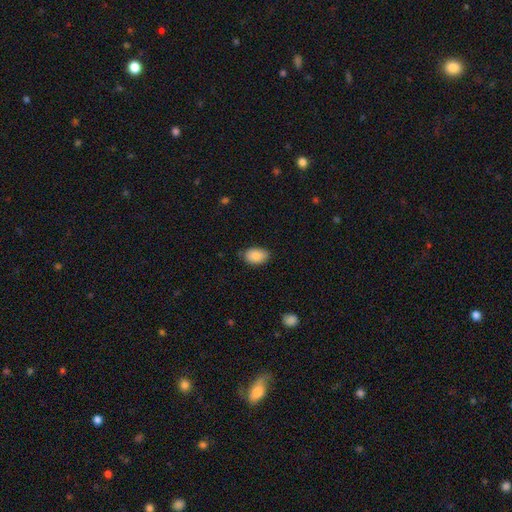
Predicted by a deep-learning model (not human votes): The model was most divided on "merging": none: 82%, minor disturbance: 14%, major disturbance: 3%, merger: 1%. More confident: how rounded — in between (89%); smooth or featured — smooth (88%).